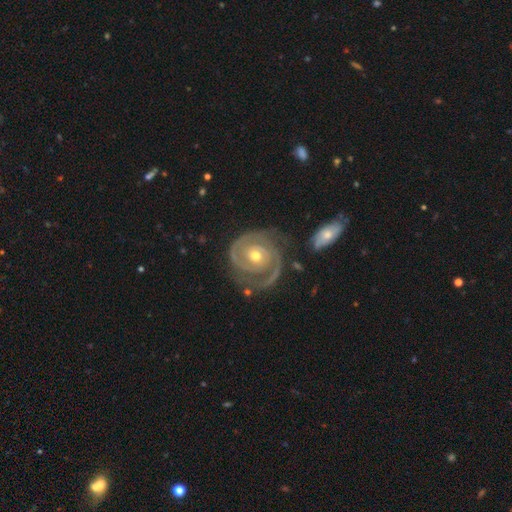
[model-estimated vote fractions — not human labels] This appears to be a featured or disk galaxy (92%) with no bar (70%), 2 (80%) tight (73%) spiral arms (98%) and a moderate central bulge (57%). Merging: none (71%).